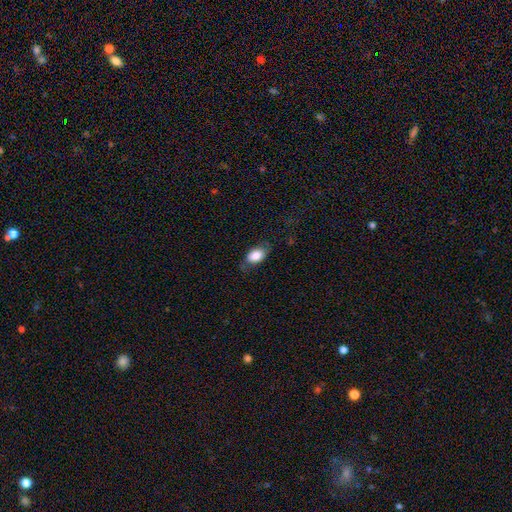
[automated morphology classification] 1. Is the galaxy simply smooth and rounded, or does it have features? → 80% smooth, 14% featured or disk, 7% star or artifact.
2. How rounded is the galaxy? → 89% in between, 9% round, 2% cigar-shaped.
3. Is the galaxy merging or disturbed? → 67% none, 23% minor disturbance, 9% major disturbance, 1% merger.